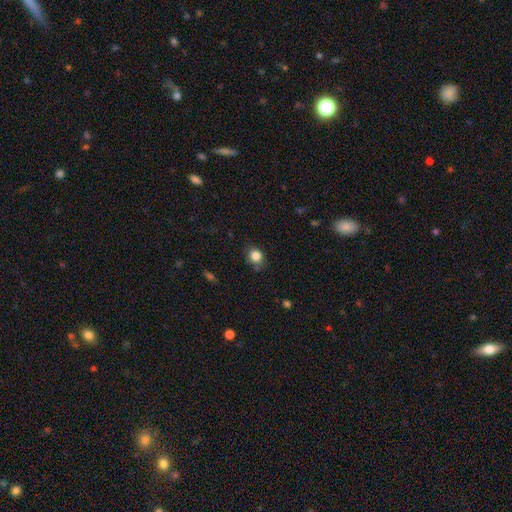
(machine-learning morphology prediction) Smooth or featured? smooth (83%)
How rounded? round (72%)
Merging? none (77%)